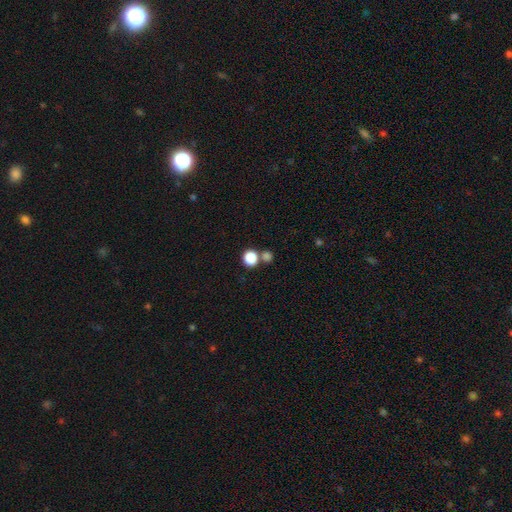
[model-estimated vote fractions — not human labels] Smooth or featured: star or artifact — 54% (smooth — 36%)